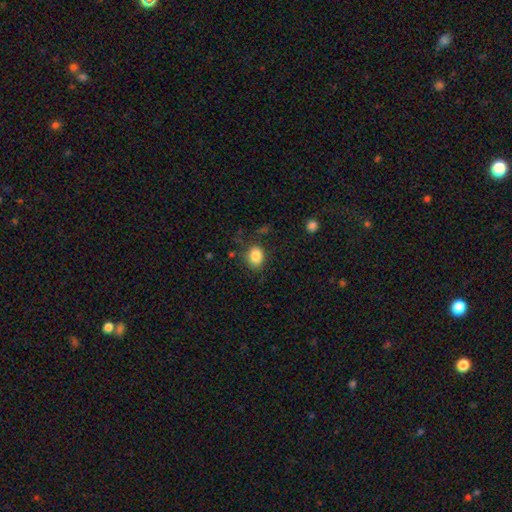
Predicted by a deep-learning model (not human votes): Smooth or featured: smooth — 85% (star or artifact — 10%)
How rounded: in between — 53% (round — 46%)
Merging: none — 77% (minor disturbance — 15%)